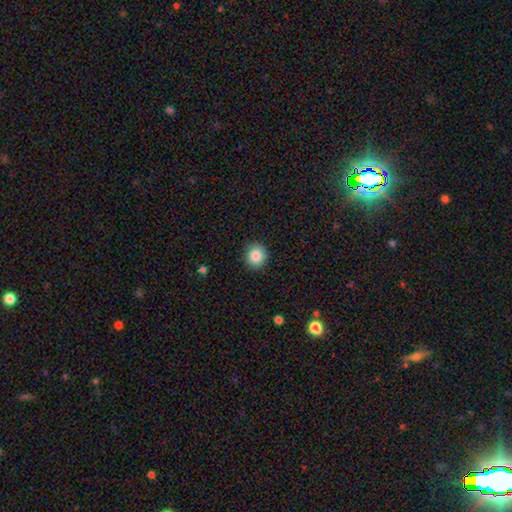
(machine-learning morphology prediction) smooth_or_featured: smooth (p=0.85) [alt: star or artifact p=0.09]
how_rounded: round (p=0.85) [alt: in between p=0.14]
merging: none (p=0.90) [alt: minor disturbance p=0.07]